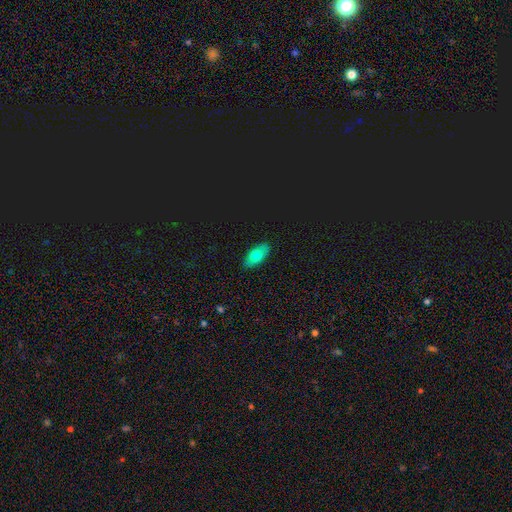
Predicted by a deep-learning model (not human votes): smooth 73%, featured or disk 16%, star or artifact 11%. Down the decision tree: how rounded — in between (89%); merging — none (88%).